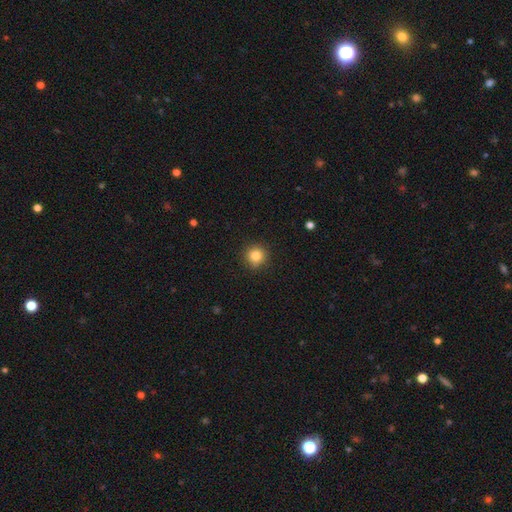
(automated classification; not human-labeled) Smooth or featured?
  - smooth: 83% *
  - star or artifact: 11%
  - featured or disk: 6%
How rounded?
  - round: 93% *
  - in between: 6%
  - cigar-shaped: 1%
Merging?
  - none: 89% *
  - minor disturbance: 8%
  - major disturbance: 2%
  - merger: 1%